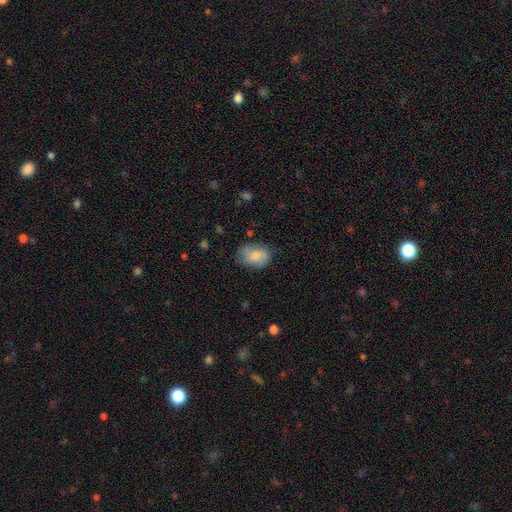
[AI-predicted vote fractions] smooth 77%, featured or disk 16%, star or artifact 7%. Down the decision tree: how rounded — in between (77%); merging — none (66%).